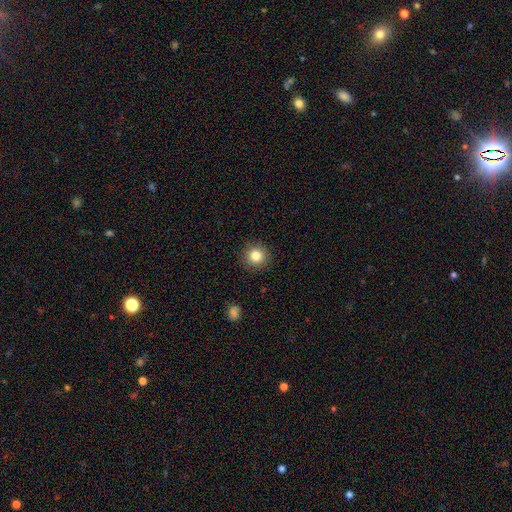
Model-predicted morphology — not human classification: Q: Smooth or featured?
A: smooth (83%); runner-up: star or artifact (11%)
Q: How rounded?
A: round (94%); runner-up: in between (5%)
Q: Merging?
A: none (91%); runner-up: minor disturbance (6%)